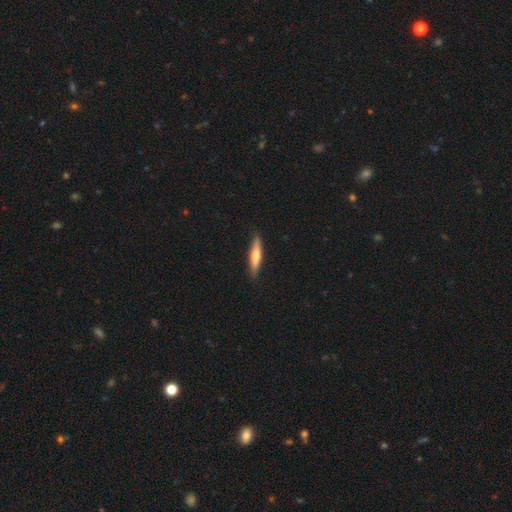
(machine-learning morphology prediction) Smooth or featured: smooth — 51% (featured or disk — 43%)
How rounded: cigar-shaped — 86% (in between — 12%)
Merging: none — 88% (minor disturbance — 9%)